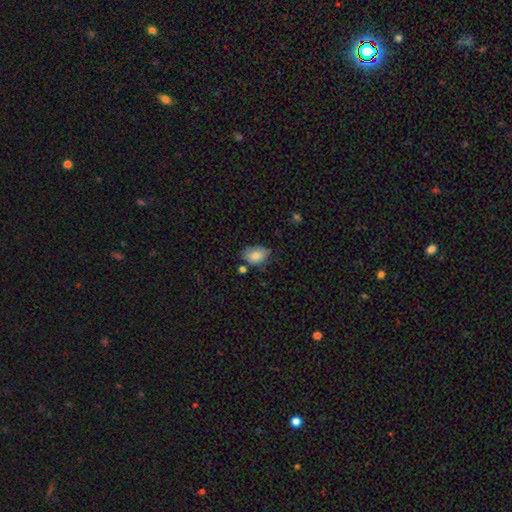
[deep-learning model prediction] This appears to be a smooth galaxy with no disk features (81%) that is in between round and cigar-shaped (80%). Merging: none (62%).